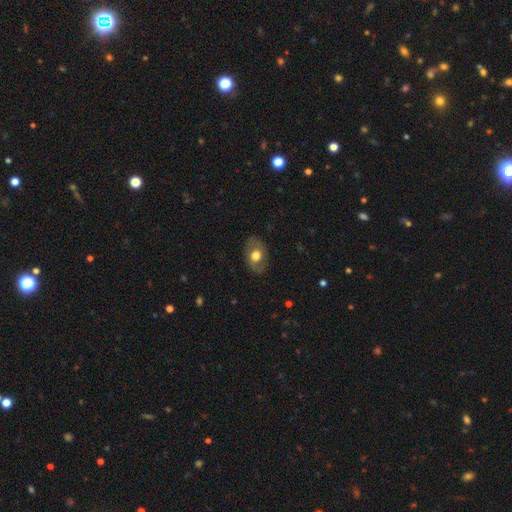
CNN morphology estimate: type=smooth (57%); roundness=in between (76%); merging=none (81%).